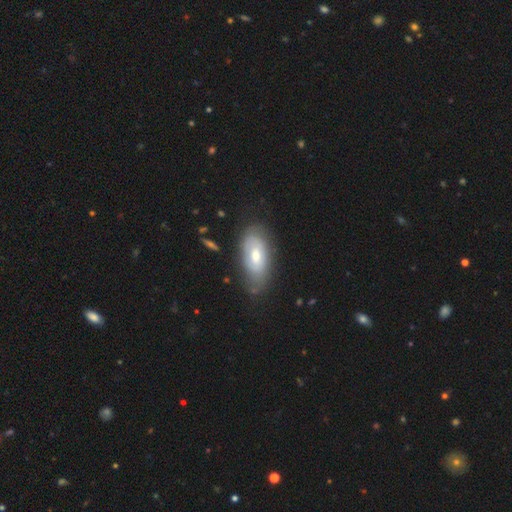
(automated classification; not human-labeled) Smooth or featured?
  - smooth: 49% *
  - featured or disk: 44%
  - star or artifact: 7%
Merging?
  - none: 64% *
  - minor disturbance: 26%
  - major disturbance: 7%
  - merger: 2%